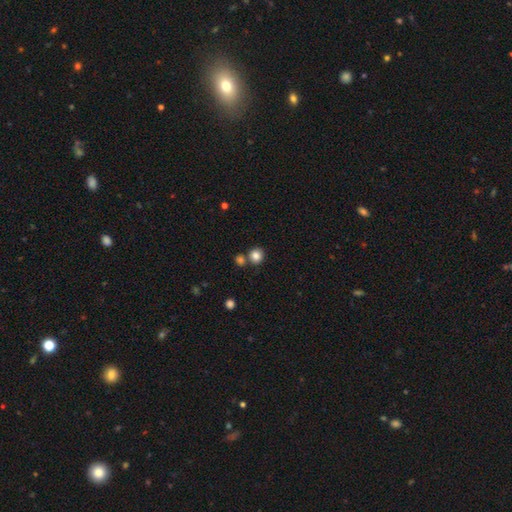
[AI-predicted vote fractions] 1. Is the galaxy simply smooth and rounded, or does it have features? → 83% smooth, 11% star or artifact, 6% featured or disk.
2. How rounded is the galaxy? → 87% round, 12% in between, 1% cigar-shaped.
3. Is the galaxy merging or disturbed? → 71% none, 18% merger, 8% minor disturbance, 3% major disturbance.